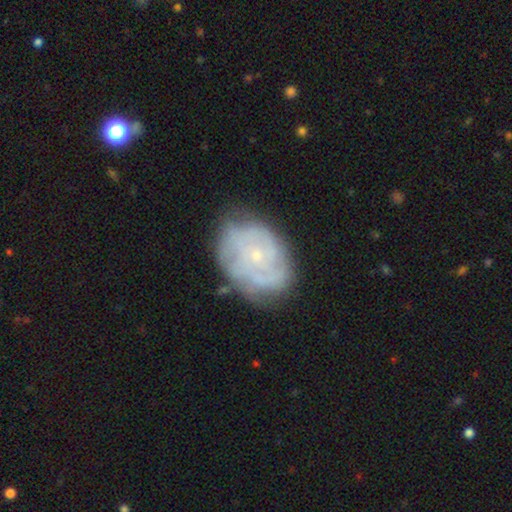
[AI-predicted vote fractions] Smooth or featured? featured or disk (70%)
Edge-on disk? no (97%)
Bar? no (82%)
Spiral arms? yes (78%)
Spiral winding? tight (62%)
Spiral arm count? can't tell (51%)
Bulge size? small (78%)
Merging? none (66%)